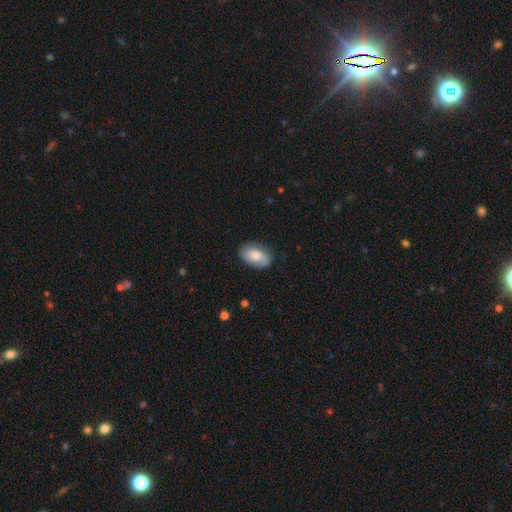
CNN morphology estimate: type=smooth (72%); roundness=in between (90%); merging=none (80%).